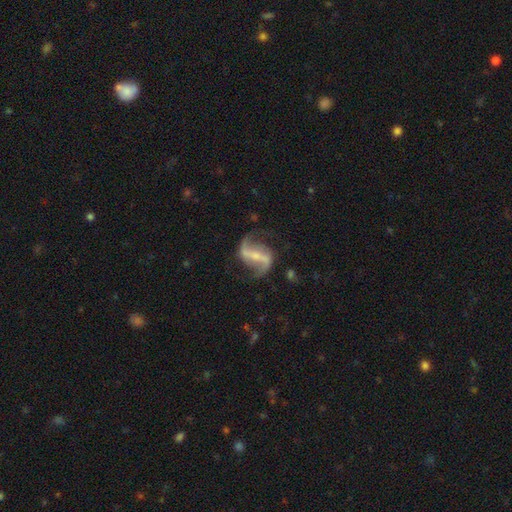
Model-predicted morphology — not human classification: featured or disk 88%, smooth 6%, star or artifact 5%. Down the decision tree: edge-on disk — no (96%); bar — strong (62%); spiral arms — yes (95%); spiral arm count — 2 (92%); spiral winding — loose (64%); bulge size — small (57%); merging — none (75%).